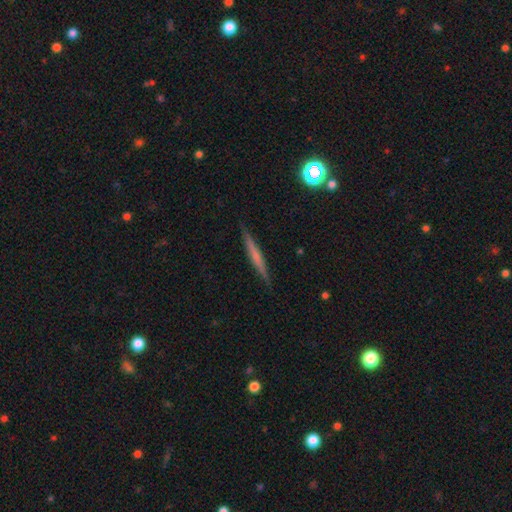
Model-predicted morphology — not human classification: A featured or disk galaxy (49%).

Vote fractions:
- Smooth or featured? featured or disk: 49% / smooth: 44% / star or artifact: 7%
- Merging? none: 90% / minor disturbance: 7% / major disturbance: 2% / merger: 1%